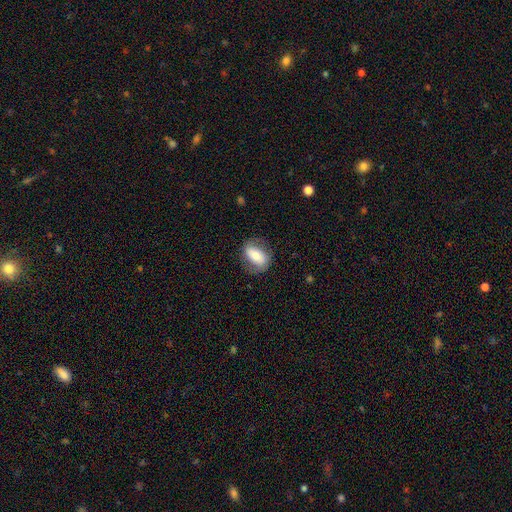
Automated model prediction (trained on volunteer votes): A smooth galaxy with no disk features (54%) that is in between round and cigar-shaped (82%).

Vote fractions:
- Smooth or featured? smooth: 54% / featured or disk: 39% / star or artifact: 7%
- How rounded? in between: 82% / round: 15% / cigar-shaped: 3%
- Merging? none: 73% / minor disturbance: 18% / major disturbance: 8% / merger: 1%